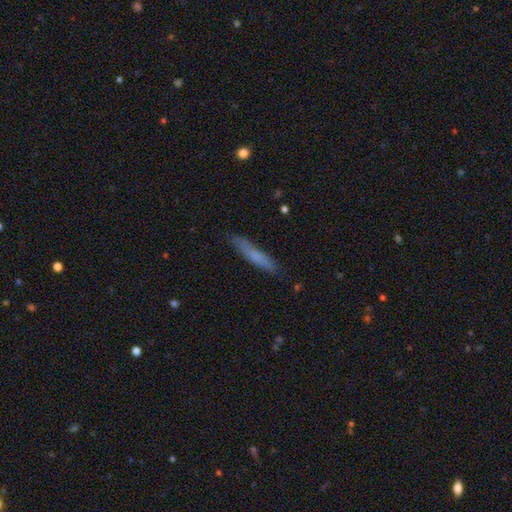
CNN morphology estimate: The model was most divided on "smooth or featured": smooth: 67%, featured or disk: 26%, star or artifact: 7%. More confident: how rounded — cigar-shaped (93%); merging — none (84%).